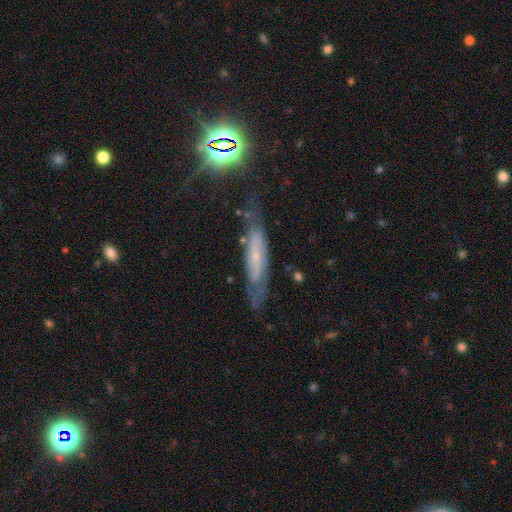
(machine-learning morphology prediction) Smooth or featured: featured or disk — 59% (smooth — 27%)
Edge-on disk: no — 56% (yes — 44%)
Merging: none — 63% (minor disturbance — 23%)